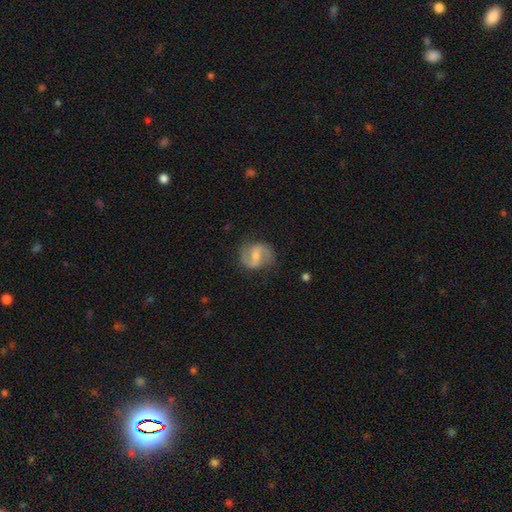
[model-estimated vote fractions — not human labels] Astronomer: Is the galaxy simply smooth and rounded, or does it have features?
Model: featured or disk — 78%.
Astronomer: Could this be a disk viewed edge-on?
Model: no — 98%.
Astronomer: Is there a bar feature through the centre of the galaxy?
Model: weak — 52% (runner-up: strong, 29%).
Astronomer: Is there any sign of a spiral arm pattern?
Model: yes — 94%.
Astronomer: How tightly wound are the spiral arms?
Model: medium — 53% (runner-up: loose, 31%).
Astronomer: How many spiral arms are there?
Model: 2 — 91%.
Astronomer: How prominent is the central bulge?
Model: small — 42%, tied with moderate at 42%.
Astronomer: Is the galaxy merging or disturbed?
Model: none — 77%.